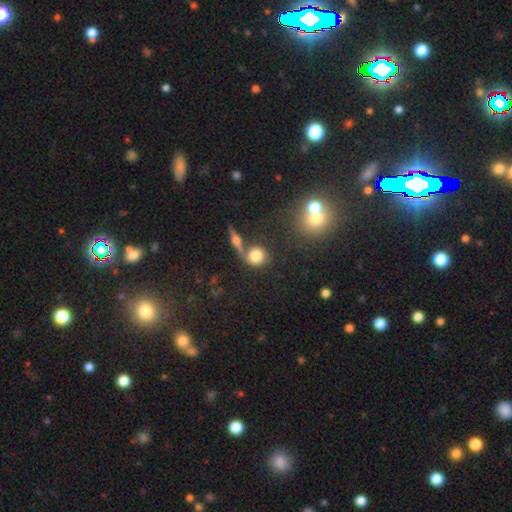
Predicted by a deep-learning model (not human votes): smooth_or_featured: smooth (p=0.74) [alt: featured or disk p=0.15]
how_rounded: round (p=0.83) [alt: in between p=0.14]
merging: none (p=0.57) [alt: merger p=0.25]